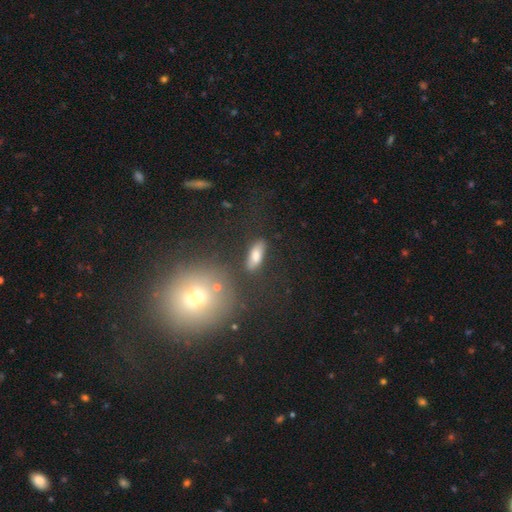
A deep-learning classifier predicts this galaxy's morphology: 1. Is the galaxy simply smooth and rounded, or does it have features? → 77% smooth, 14% featured or disk, 9% star or artifact.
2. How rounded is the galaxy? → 68% in between, 28% cigar-shaped, 4% round.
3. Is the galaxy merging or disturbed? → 79% none, 12% minor disturbance, 4% major disturbance, 4% merger.